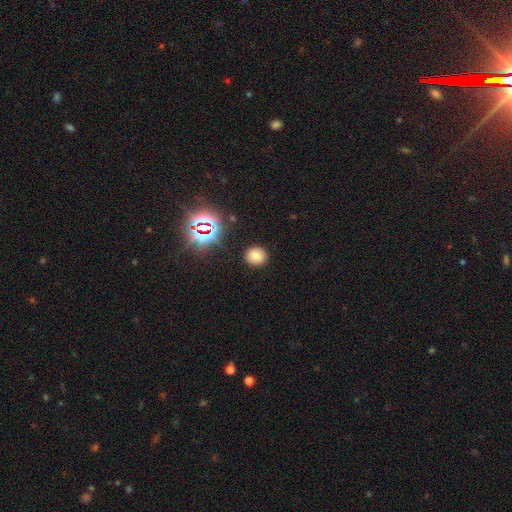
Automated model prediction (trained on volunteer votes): smooth 73%, star or artifact 19%, featured or disk 8%. Down the decision tree: how rounded — round (77%); merging — none (88%).